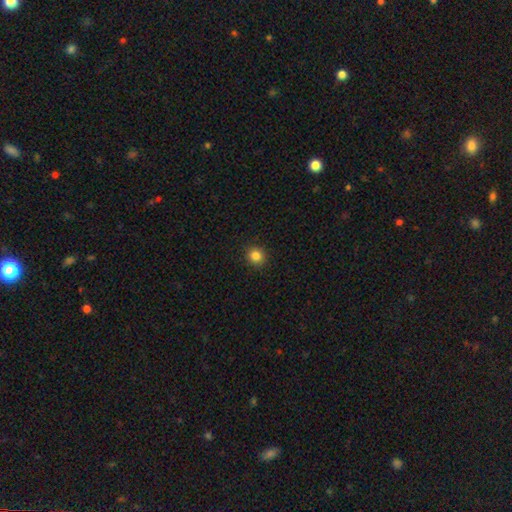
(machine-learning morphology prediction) The model was most divided on "smooth or featured": smooth: 84%, star or artifact: 12%, featured or disk: 4%. More confident: merging — none (92%); how rounded — round (92%).